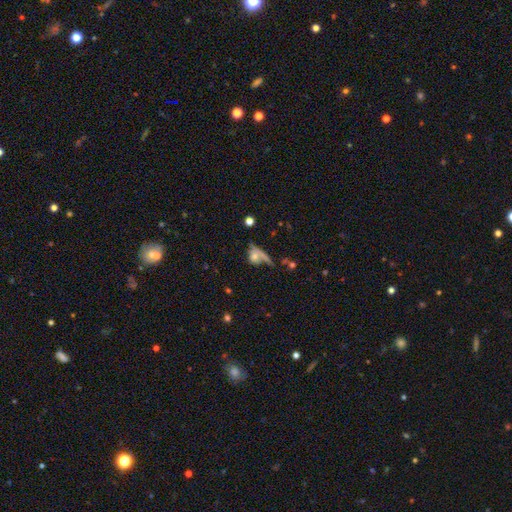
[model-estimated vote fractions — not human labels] smooth_or_featured: smooth (p=0.57) [alt: featured or disk p=0.29]
how_rounded: round (p=0.46) [alt: in between p=0.43]
merging: none (p=0.35) [alt: merger p=0.25]